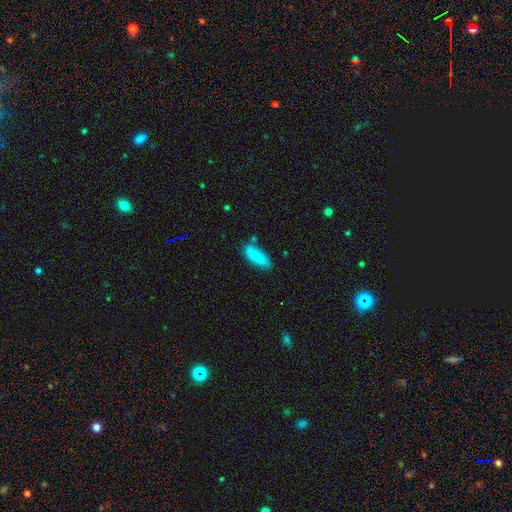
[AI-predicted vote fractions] Smooth or featured? smooth (85%)
How rounded? in between (71%)
Merging? none (70%)